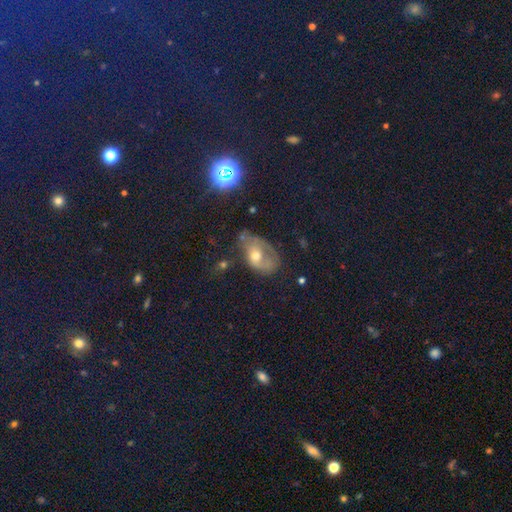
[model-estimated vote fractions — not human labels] Morphology: type=smooth (38%); merging=none (41%).